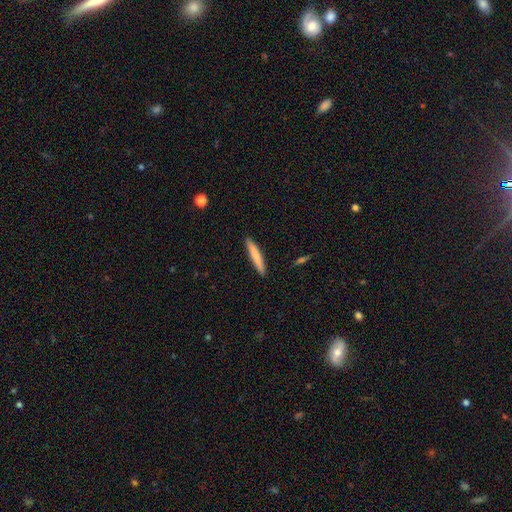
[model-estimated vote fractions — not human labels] This appears to be a smooth galaxy with no disk features (76%) that is cigar-shaped (94%). Merging: none (91%).